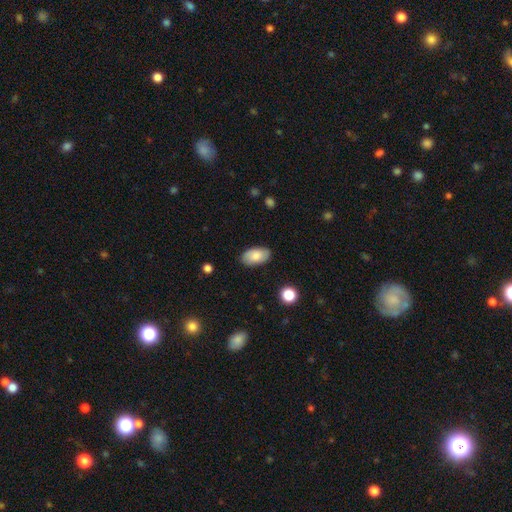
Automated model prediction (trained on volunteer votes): Smooth or featured: smooth — 80% (featured or disk — 13%)
How rounded: in between — 94% (round — 4%)
Merging: none — 85% (minor disturbance — 11%)